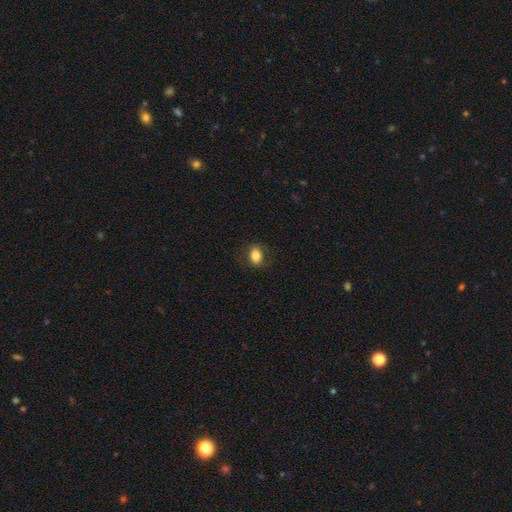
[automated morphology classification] Smooth or featured?
  - smooth: 82% *
  - star or artifact: 9%
  - featured or disk: 9%
How rounded?
  - in between: 69% *
  - round: 30%
  - cigar-shaped: 1%
Merging?
  - none: 82% *
  - minor disturbance: 13%
  - major disturbance: 4%
  - merger: 1%